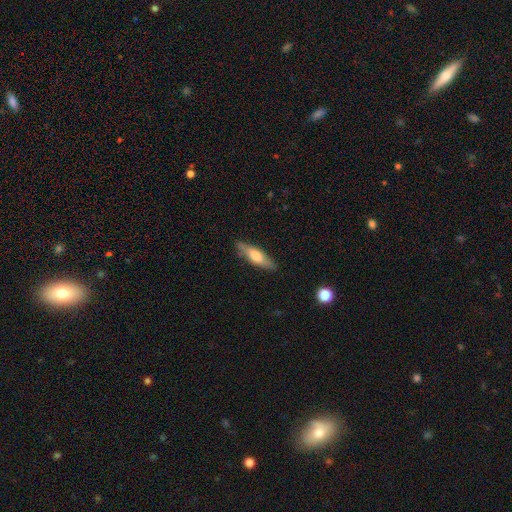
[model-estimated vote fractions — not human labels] This appears to be a smooth galaxy with no disk features (56%) that is cigar-shaped (59%). Merging: none (82%).